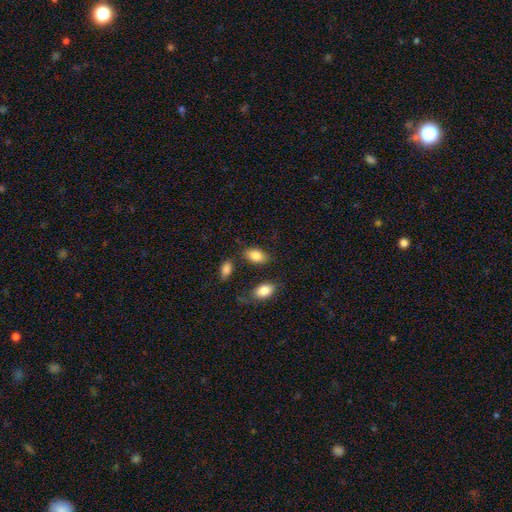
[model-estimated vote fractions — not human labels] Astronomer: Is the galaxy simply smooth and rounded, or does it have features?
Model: smooth — 85%.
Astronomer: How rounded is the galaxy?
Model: in between — 91%.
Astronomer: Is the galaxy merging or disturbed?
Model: none — 75%.